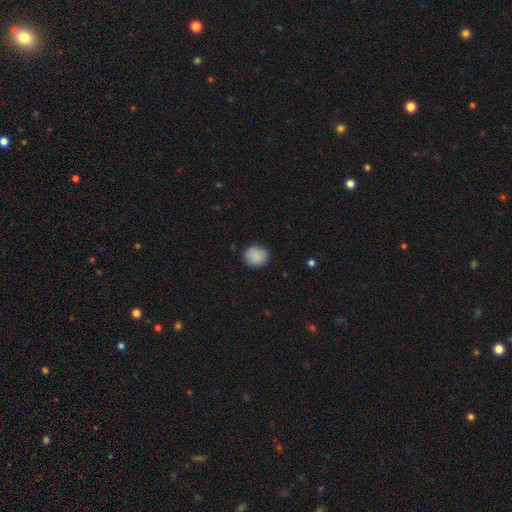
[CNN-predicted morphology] smooth-or-featured: smooth: 88% | star or artifact: 7% | featured or disk: 4%
  how-rounded: round: 72% | in between: 27% | cigar-shaped: 1%
  merging: none: 85% | minor disturbance: 12% | major disturbance: 3% | merger: 1%